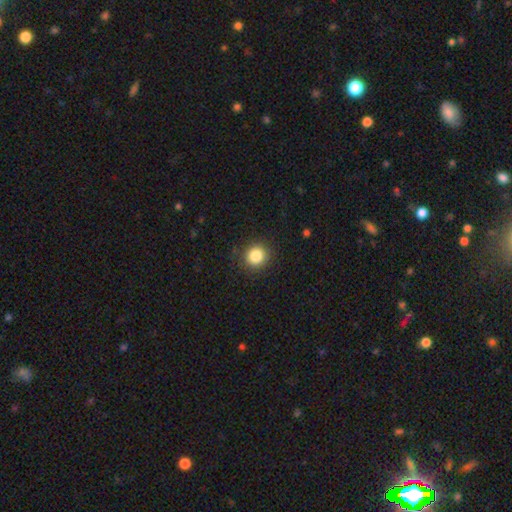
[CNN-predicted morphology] smooth-or-featured: smooth: 84% | star or artifact: 11% | featured or disk: 5%
  how-rounded: round: 90% | in between: 9% | cigar-shaped: 1%
  merging: none: 89% | minor disturbance: 7% | major disturbance: 3% | merger: 1%